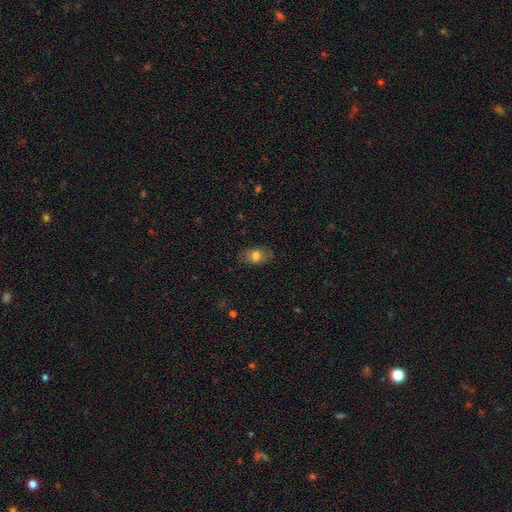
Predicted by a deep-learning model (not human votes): Morphology: type=smooth (74%); roundness=in between (80%); merging=none (80%).